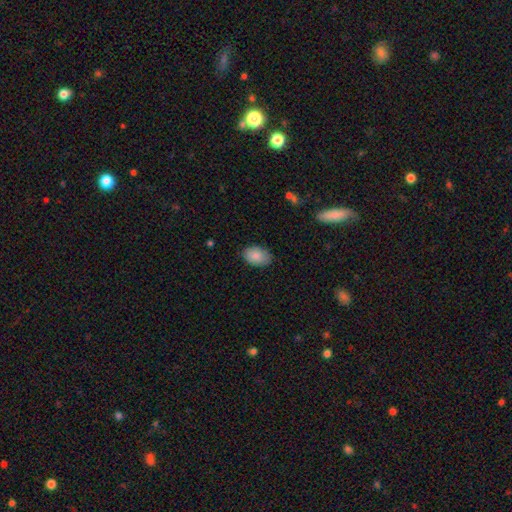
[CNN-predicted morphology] Smooth or featured?
  - smooth: 87% *
  - star or artifact: 7%
  - featured or disk: 6%
How rounded?
  - in between: 88% *
  - round: 11%
  - cigar-shaped: 1%
Merging?
  - none: 79% *
  - minor disturbance: 17%
  - major disturbance: 3%
  - merger: 1%